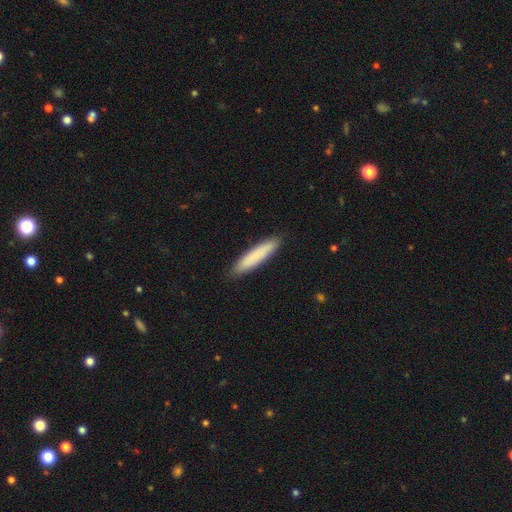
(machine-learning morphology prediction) smooth 83%, featured or disk 11%, star or artifact 6%. Down the decision tree: how rounded — cigar-shaped (87%); merging — none (89%).